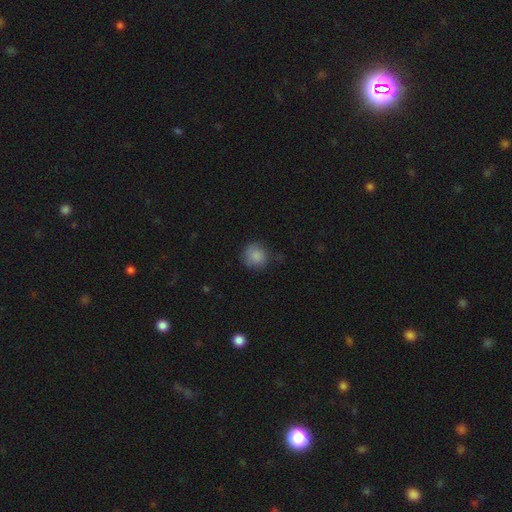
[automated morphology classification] Smooth or featured?
  - smooth: 84% *
  - star or artifact: 9%
  - featured or disk: 7%
How rounded?
  - round: 87% *
  - in between: 12%
  - cigar-shaped: 1%
Merging?
  - none: 68% *
  - minor disturbance: 23%
  - major disturbance: 7%
  - merger: 2%